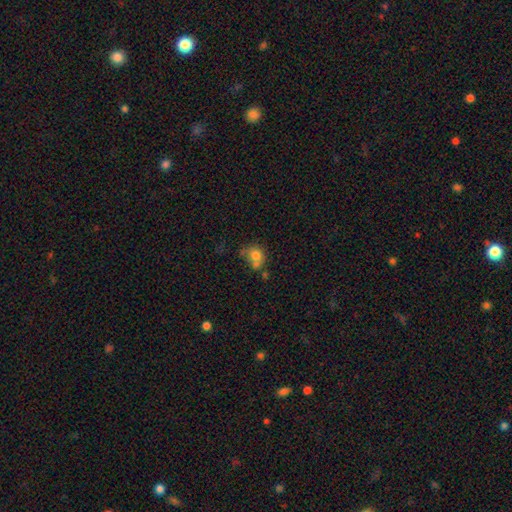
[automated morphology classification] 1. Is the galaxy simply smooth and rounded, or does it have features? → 75% smooth, 14% featured or disk, 11% star or artifact.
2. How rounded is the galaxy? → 73% round, 26% in between, 1% cigar-shaped.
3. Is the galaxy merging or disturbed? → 39% none, 35% merger, 17% minor disturbance, 9% major disturbance.